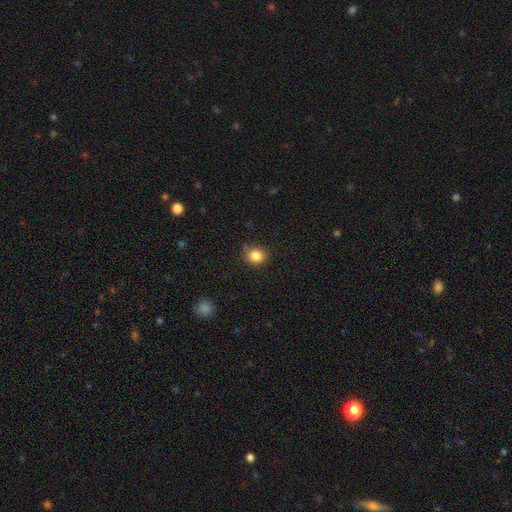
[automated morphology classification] smooth_or_featured: smooth (p=0.84) [alt: star or artifact p=0.11]
how_rounded: round (p=0.78) [alt: in between p=0.21]
merging: none (p=0.81) [alt: minor disturbance p=0.14]